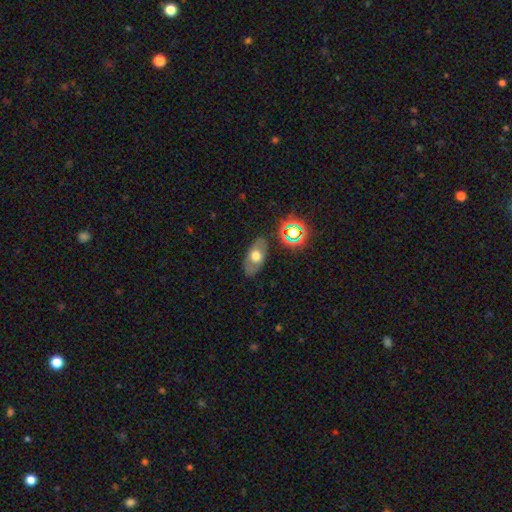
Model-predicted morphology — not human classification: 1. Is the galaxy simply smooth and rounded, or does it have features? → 56% smooth, 32% featured or disk, 12% star or artifact.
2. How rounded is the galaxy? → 86% in between, 11% round, 3% cigar-shaped.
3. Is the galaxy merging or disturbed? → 82% none, 12% minor disturbance, 4% major disturbance, 2% merger.